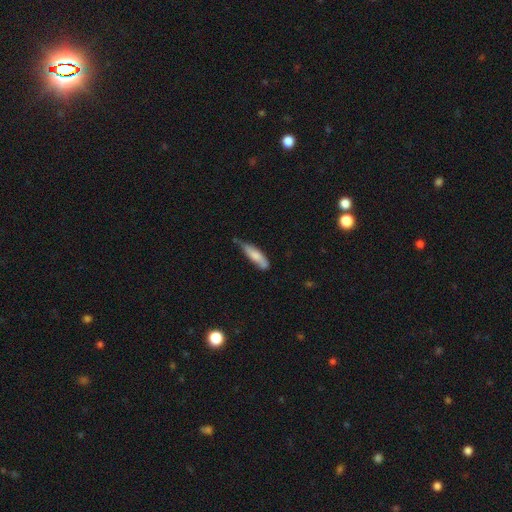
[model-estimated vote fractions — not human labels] Smooth or featured? smooth (73%)
How rounded? cigar-shaped (64%)
Merging? none (45%)